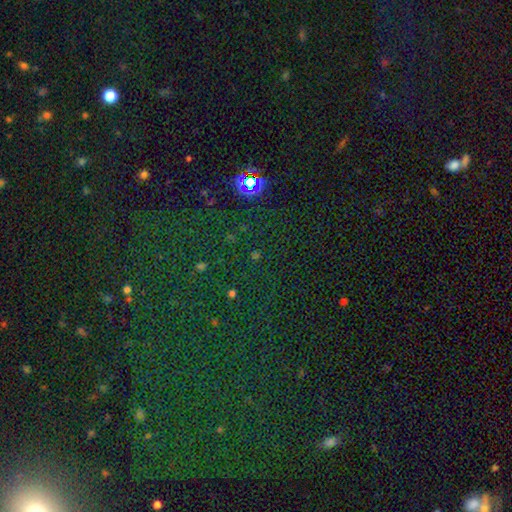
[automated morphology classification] smooth-or-featured: star or artifact: 71% | smooth: 21% | featured or disk: 8%